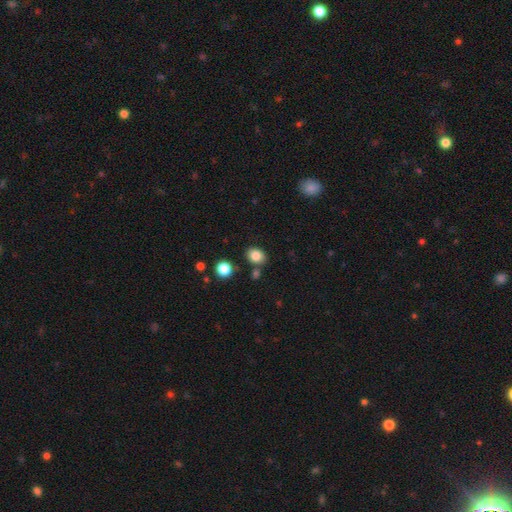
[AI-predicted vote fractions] smooth_or_featured: smooth (p=0.84) [alt: star or artifact p=0.11]
how_rounded: in between (p=0.50) [alt: round p=0.49]
merging: none (p=0.79) [alt: minor disturbance p=0.11]